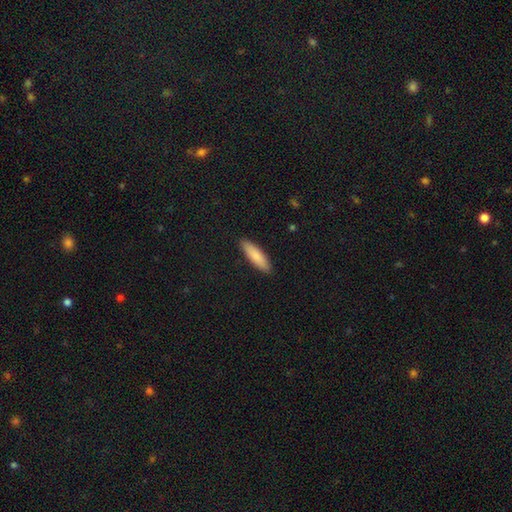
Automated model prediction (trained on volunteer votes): Q: Smooth or featured?
A: smooth (85%); runner-up: featured or disk (10%)
Q: How rounded?
A: cigar-shaped (59%); runner-up: in between (40%)
Q: Merging?
A: none (90%); runner-up: minor disturbance (7%)